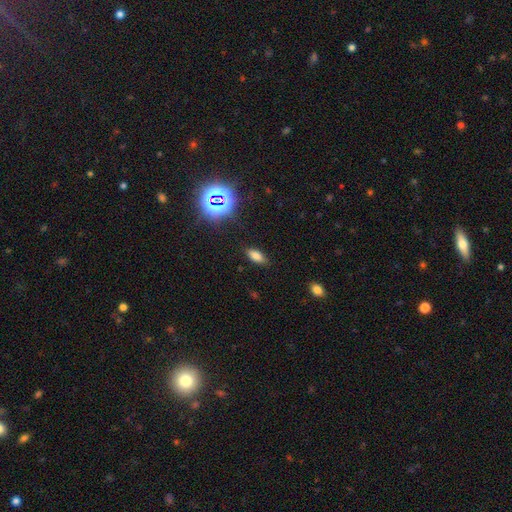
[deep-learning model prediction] Smooth or featured: smooth — 74% (star or artifact — 17%)
How rounded: in between — 84% (cigar-shaped — 11%)
Merging: none — 85% (minor disturbance — 11%)